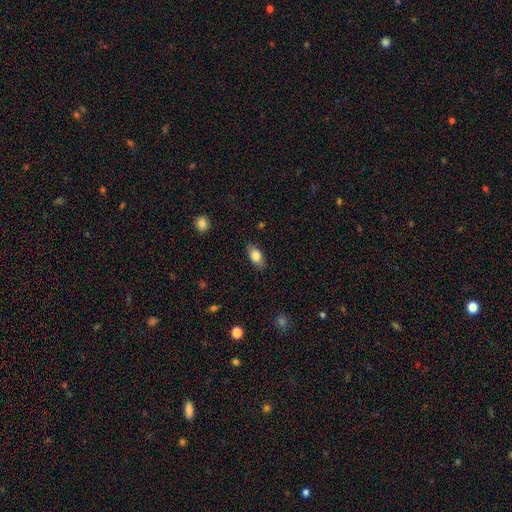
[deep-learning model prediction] This appears to be a smooth galaxy with no disk features (82%) that is in between round and cigar-shaped (88%). Merging: none (84%).